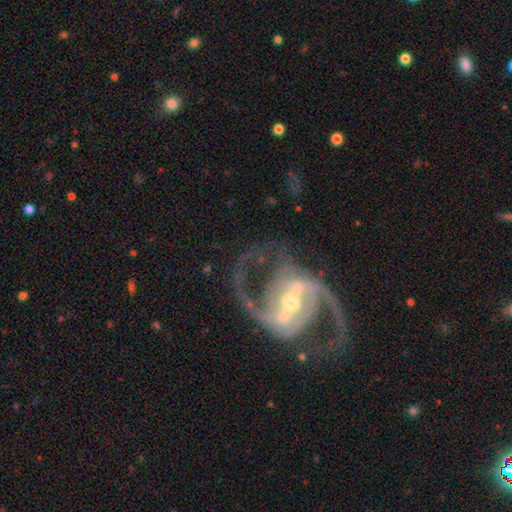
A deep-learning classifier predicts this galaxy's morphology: A featured or disk galaxy (93%) with a strong bar (64%), 2 (91%) medium (58%) spiral arms (98%) and a moderate central bulge (48%).

Vote fractions:
- Smooth or featured? featured or disk: 93% / star or artifact: 5% / smooth: 3%
- Edge-on disk? no: 97% / yes: 3%
- Bar? strong: 64% / weak: 28% / no: 8%
- Spiral arms? yes: 98% / no: 2%
- Spiral winding? medium: 58% / loose: 29% / tight: 14%
- Spiral arm count? 2: 91% / 3: 3% / can't tell: 2% / 1: 1% / 4: 1% / more than 4: 1%
- Bulge size? moderate: 48% / small: 45% / large: 5% / none: 1% / dominant: 1%
- Merging? none: 72% / major disturbance: 13% / minor disturbance: 13% / merger: 2%